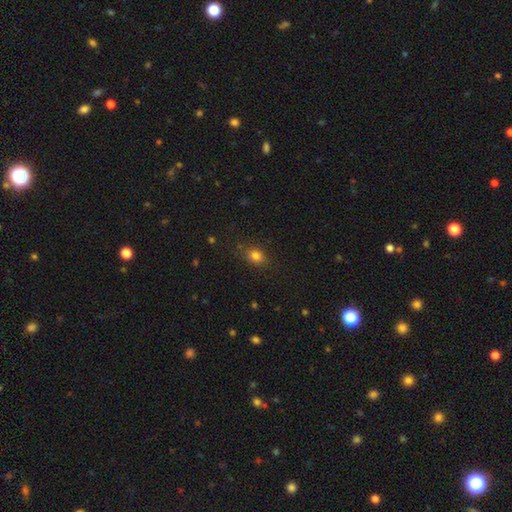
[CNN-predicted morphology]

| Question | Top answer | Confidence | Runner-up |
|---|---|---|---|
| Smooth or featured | smooth | 80% | star or artifact (13%) |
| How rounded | in between | 60% | round (38%) |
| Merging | none | 81% | minor disturbance (14%) |